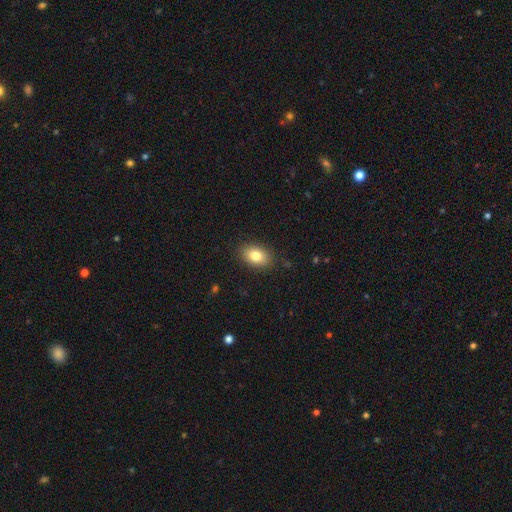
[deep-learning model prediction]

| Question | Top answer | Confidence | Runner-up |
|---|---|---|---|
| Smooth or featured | smooth | 83% | featured or disk (9%) |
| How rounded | in between | 87% | round (12%) |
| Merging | none | 87% | minor disturbance (9%) |